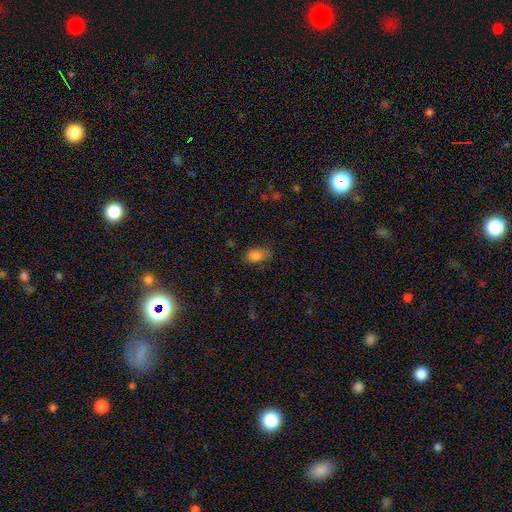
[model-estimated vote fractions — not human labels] Smooth or featured? Predicted: smooth (p=0.83). How rounded? Predicted: in between (p=0.84). Merging? Predicted: none (p=0.66).